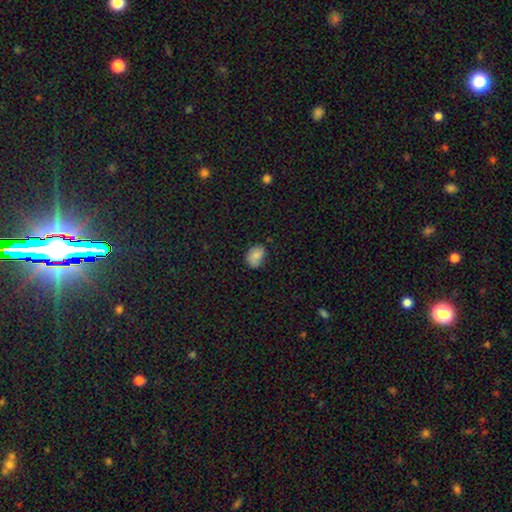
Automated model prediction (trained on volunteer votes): Smooth or featured? smooth (83%)
How rounded? in between (71%)
Merging? none (66%)